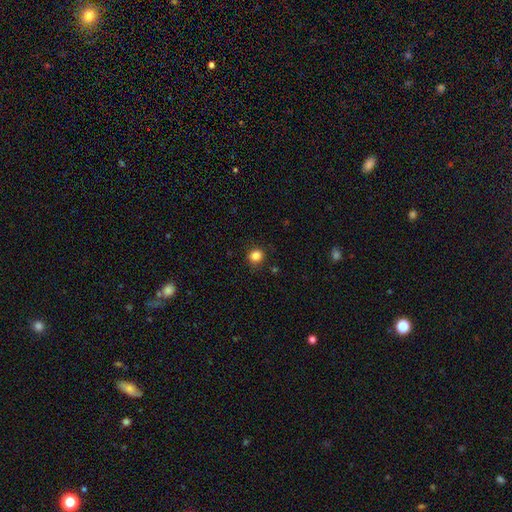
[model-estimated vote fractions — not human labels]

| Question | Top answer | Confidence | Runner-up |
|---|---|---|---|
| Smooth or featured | smooth | 85% | star or artifact (11%) |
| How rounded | round | 84% | in between (15%) |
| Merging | none | 86% | minor disturbance (10%) |